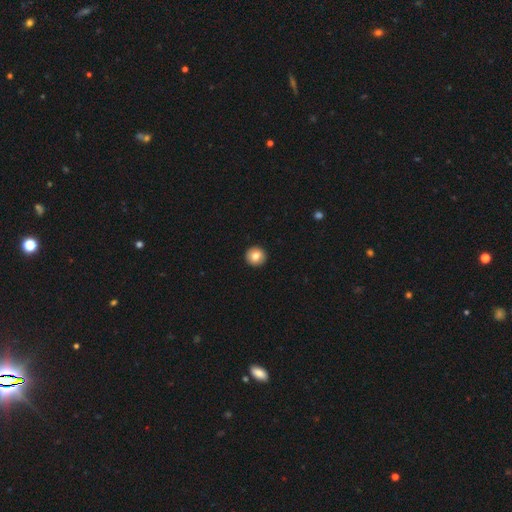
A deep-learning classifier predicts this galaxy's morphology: A smooth galaxy with no disk features (79%) that is round (95%). Merging: none (94%).